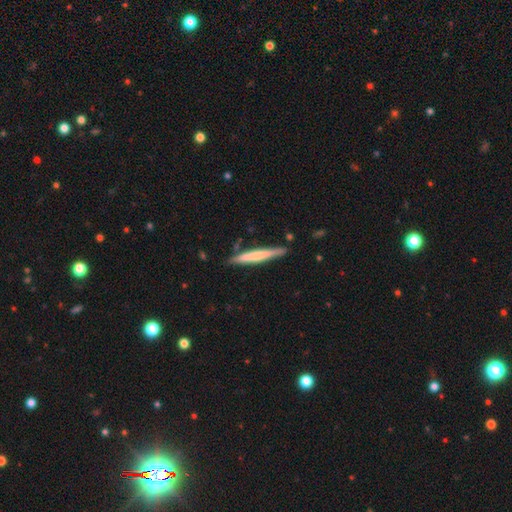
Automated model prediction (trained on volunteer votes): smooth_or_featured: smooth (p=0.55) [alt: featured or disk p=0.40]
how_rounded: cigar-shaped (p=0.96) [alt: in between p=0.03]
merging: none (p=0.85) [alt: minor disturbance p=0.11]